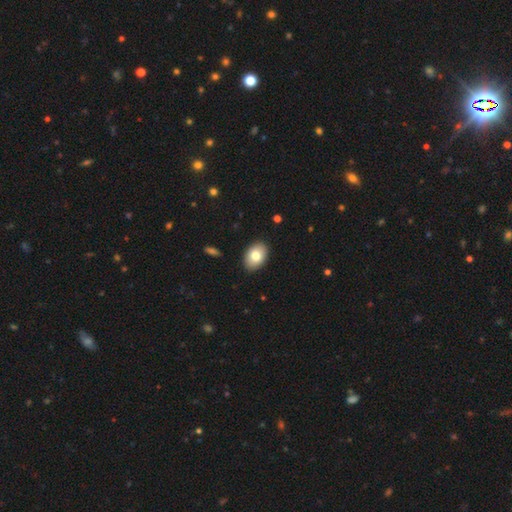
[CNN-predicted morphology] The model was most divided on "smooth or featured": smooth: 79%, featured or disk: 14%, star or artifact: 7%. More confident: merging — none (90%); how rounded — in between (87%).